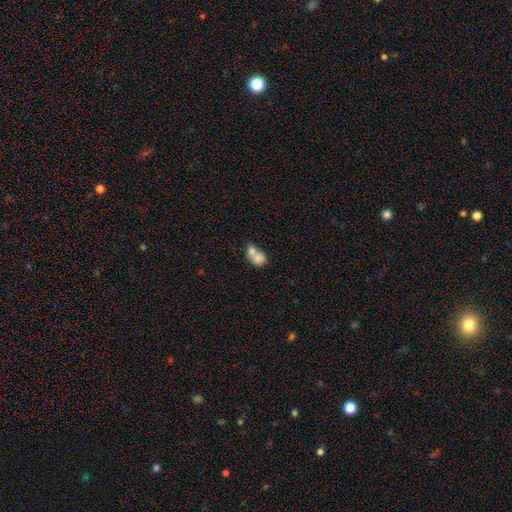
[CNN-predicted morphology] type=smooth (75%); roundness=in between (49%, tied with round); merging=merger (73%).